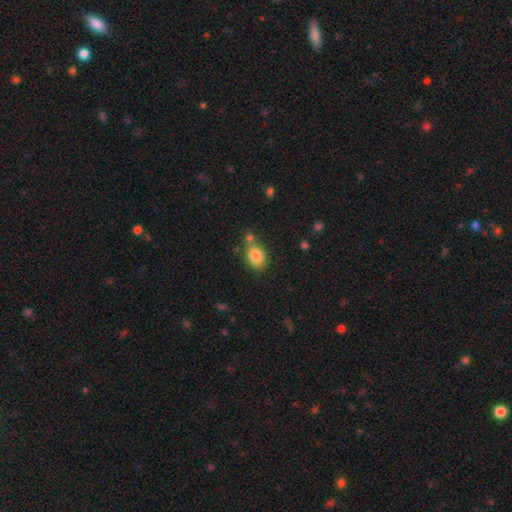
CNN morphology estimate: smooth 85%, star or artifact 9%, featured or disk 7%. Down the decision tree: how rounded — in between (70%); merging — none (66%).